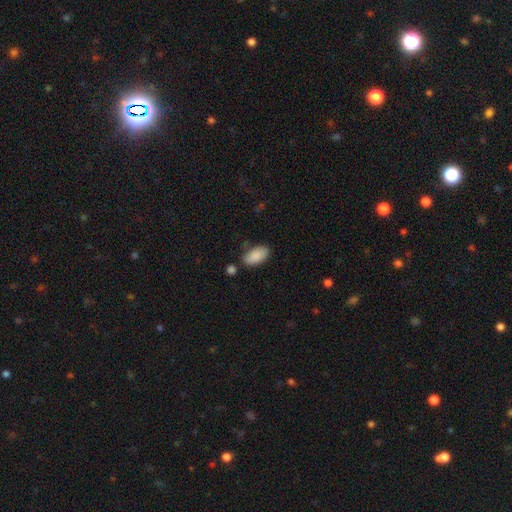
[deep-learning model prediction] A smooth galaxy with no disk features (88%) that is in between round and cigar-shaped (94%). Merging: none (74%).